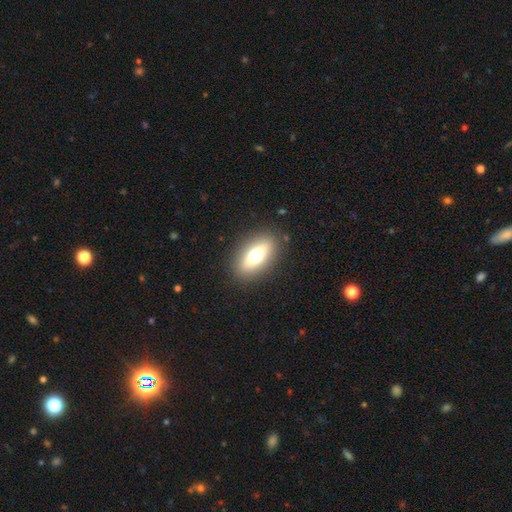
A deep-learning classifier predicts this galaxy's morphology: smooth_or_featured: smooth (p=0.62) [alt: featured or disk p=0.29]
how_rounded: in between (p=0.77) [alt: cigar-shaped p=0.16]
merging: none (p=0.88) [alt: minor disturbance p=0.08]